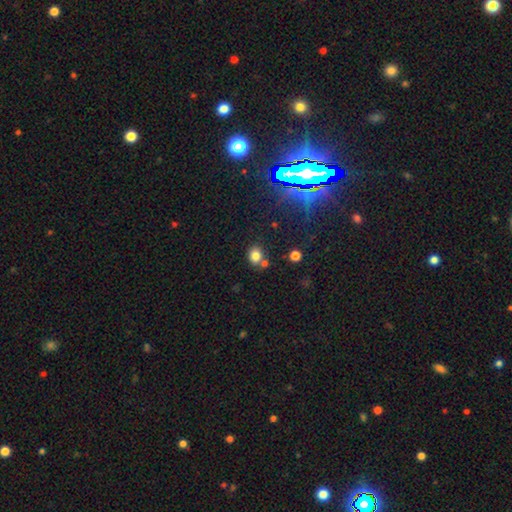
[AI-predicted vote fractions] Smooth or featured: smooth — 79% (star or artifact — 14%)
How rounded: round — 58% (in between — 41%)
Merging: none — 67% (merger — 18%)